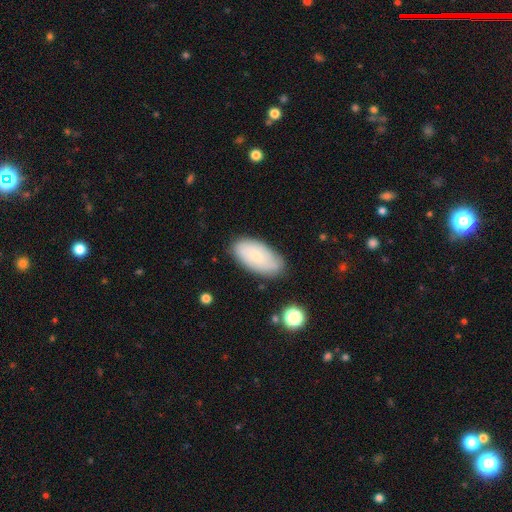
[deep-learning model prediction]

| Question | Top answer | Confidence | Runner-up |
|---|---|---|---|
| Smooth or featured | smooth | 63% | featured or disk (30%) |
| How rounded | in between | 93% | cigar-shaped (4%) |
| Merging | none | 78% | minor disturbance (17%) |